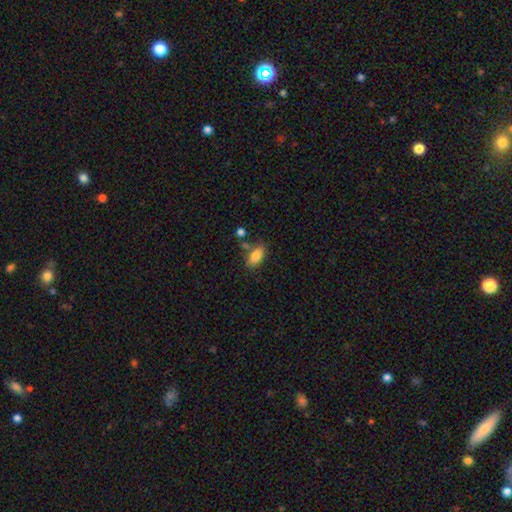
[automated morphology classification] Q: Smooth or featured?
A: smooth (83%); runner-up: featured or disk (9%)
Q: How rounded?
A: in between (90%); runner-up: cigar-shaped (5%)
Q: Merging?
A: none (70%); runner-up: minor disturbance (16%)